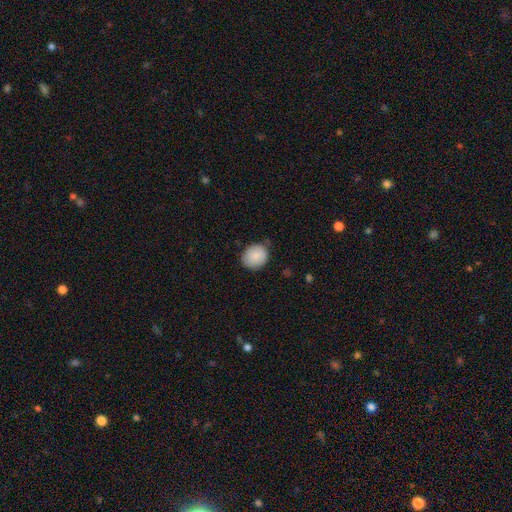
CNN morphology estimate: type=smooth (85%); roundness=round (70%); merging=none (71%).